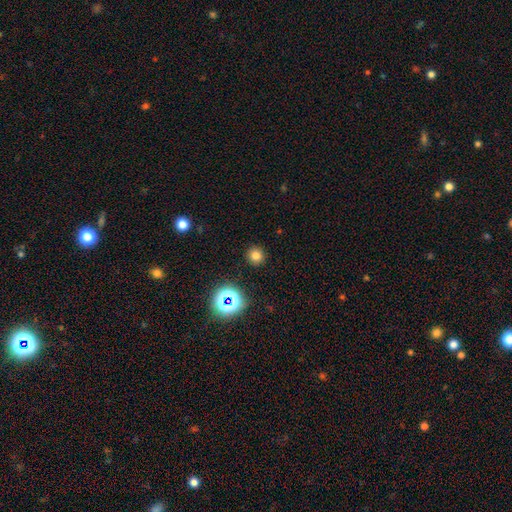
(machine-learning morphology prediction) The model was most divided on "smooth or featured": smooth: 75%, star or artifact: 19%, featured or disk: 6%. More confident: how rounded — round (93%); merging — none (91%).